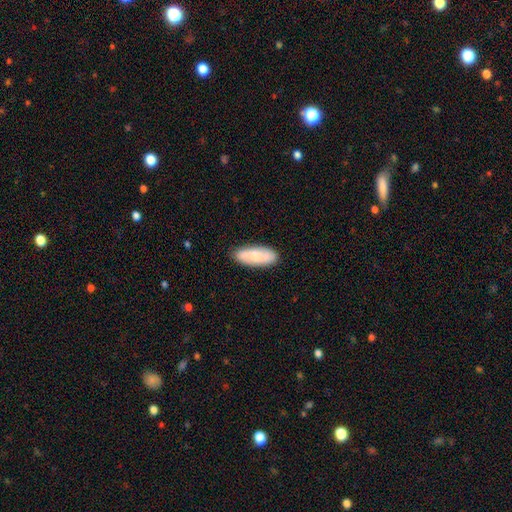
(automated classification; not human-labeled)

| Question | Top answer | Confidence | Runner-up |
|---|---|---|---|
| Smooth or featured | smooth | 58% | featured or disk (36%) |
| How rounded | in between | 79% | cigar-shaped (19%) |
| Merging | none | 84% | minor disturbance (12%) |